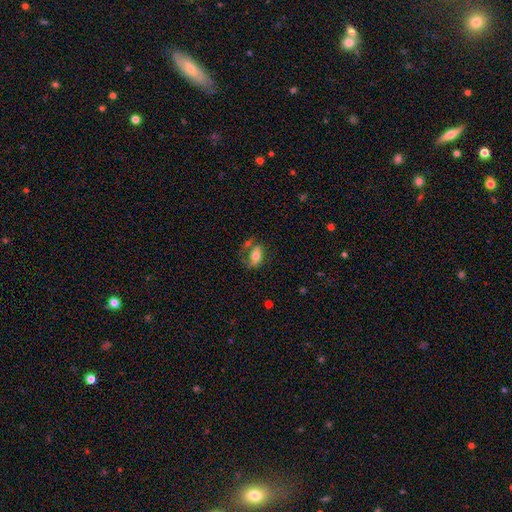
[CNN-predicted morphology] A smooth galaxy with no disk features (58%) that is in between round and cigar-shaped (87%).

Vote fractions:
- Smooth or featured? smooth: 58% / featured or disk: 34% / star or artifact: 8%
- How rounded? in between: 87% / round: 8% / cigar-shaped: 5%
- Merging? none: 41% / major disturbance: 20% / minor disturbance: 20% / merger: 19%